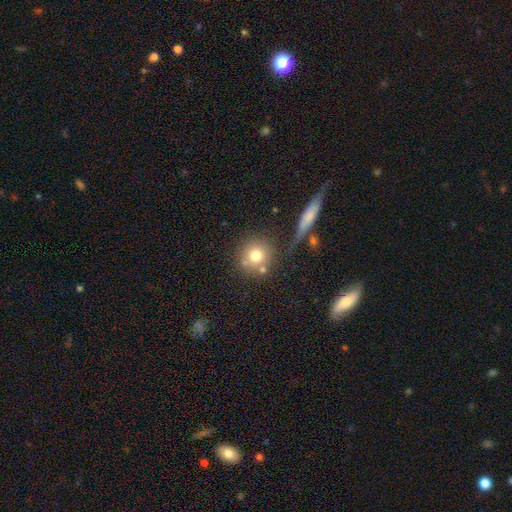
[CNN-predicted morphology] A smooth galaxy with no disk features (75%) that is round (90%). Merging: none (66%).